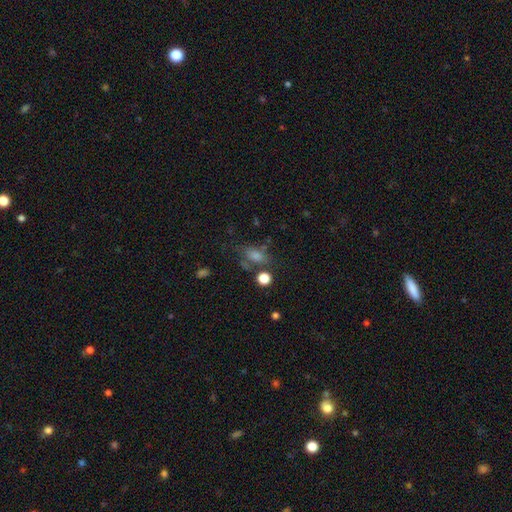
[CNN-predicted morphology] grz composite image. It shows a smooth galaxy with no disk features (53%) that is in between round and cigar-shaped (68%). Merging: none (54%).